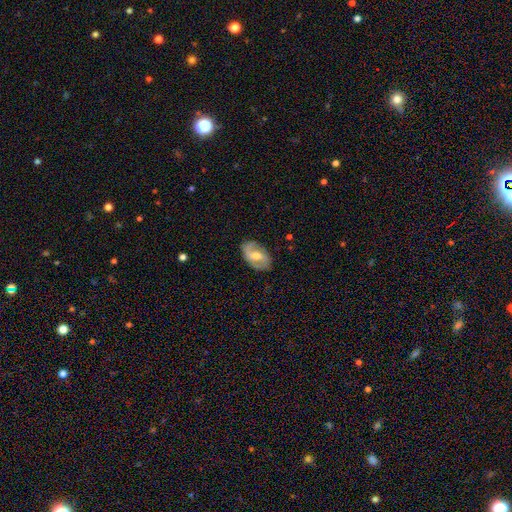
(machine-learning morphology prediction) A featured or disk galaxy (72%) with a weak bar (48%), 2 (84%) medium (47%) spiral arms (87%) and a moderate central bulge (67%). Merging: none (79%).